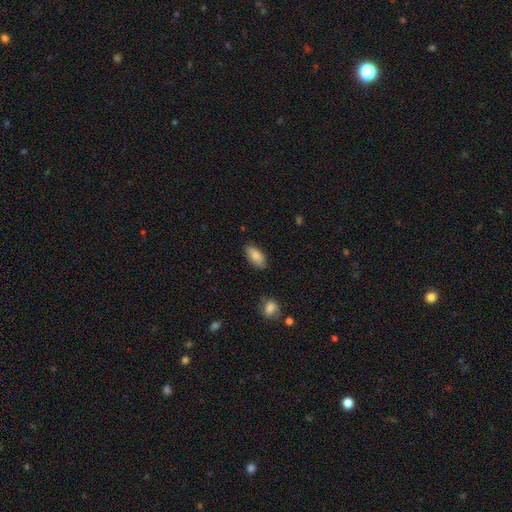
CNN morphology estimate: This is clearly a smooth galaxy (83%). How rounded: clearly in between (88%). Merging: clearly none (82%).